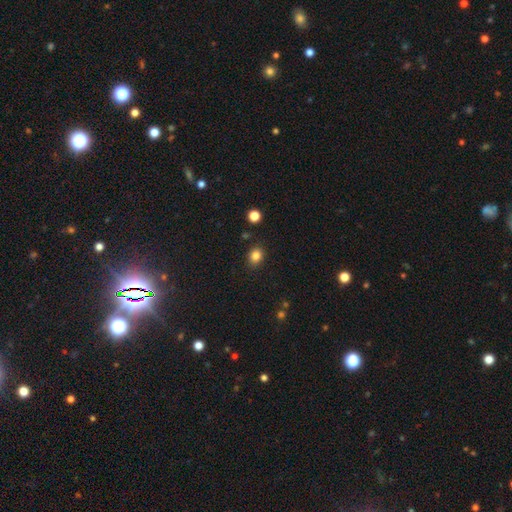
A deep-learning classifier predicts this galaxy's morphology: Smooth or featured?
  - smooth: 83% *
  - star or artifact: 12%
  - featured or disk: 5%
How rounded?
  - round: 56% *
  - in between: 43%
  - cigar-shaped: 1%
Merging?
  - none: 86% *
  - minor disturbance: 9%
  - major disturbance: 2%
  - merger: 2%